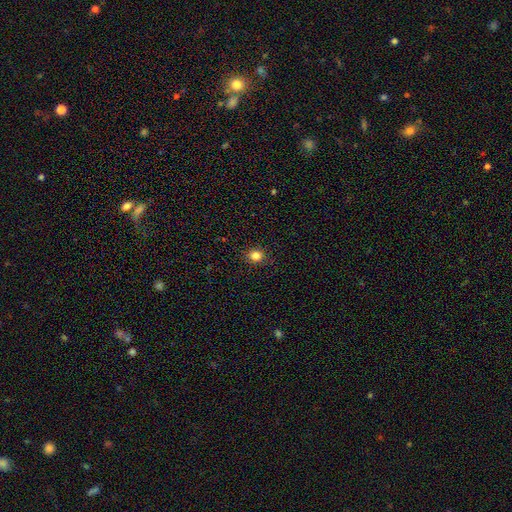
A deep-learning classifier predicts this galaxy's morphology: This is clearly a smooth galaxy (83%). How rounded: likely round (72%). Merging: clearly none (90%).